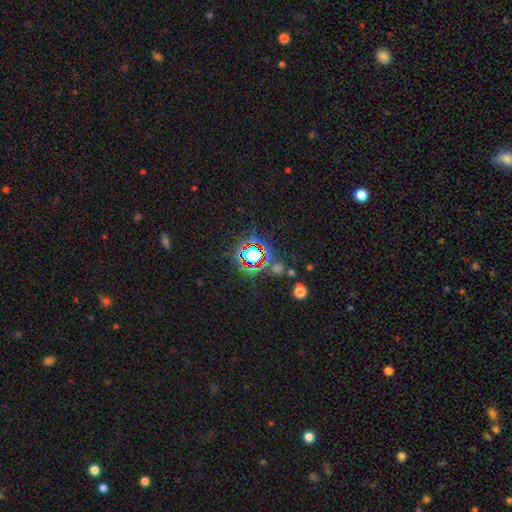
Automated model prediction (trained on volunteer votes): Smooth or featured: star or artifact — 71% (smooth — 18%)